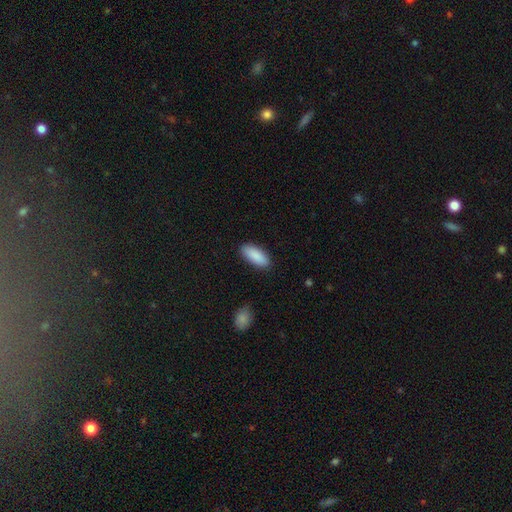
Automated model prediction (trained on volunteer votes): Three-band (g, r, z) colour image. It shows a smooth galaxy with no disk features (90%) that is in between round and cigar-shaped (82%). Merging: none (88%).